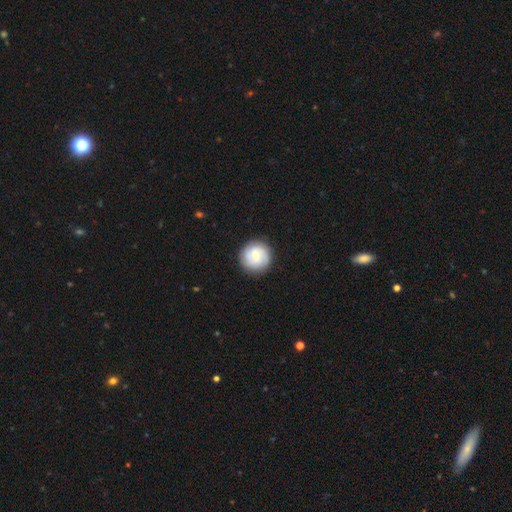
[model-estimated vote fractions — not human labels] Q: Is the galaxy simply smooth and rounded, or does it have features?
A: featured or disk — 47%.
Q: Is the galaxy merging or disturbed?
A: none — 87%.